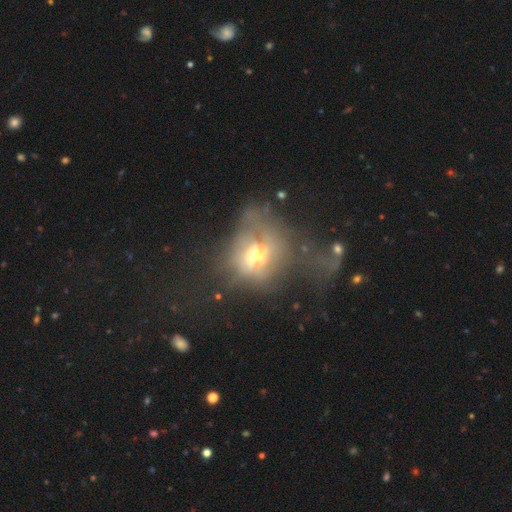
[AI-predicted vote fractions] This is possibly a featured or disk galaxy (51%). It is clearly not viewed edge-on (88%). Merging: possibly major disturbance (55%).